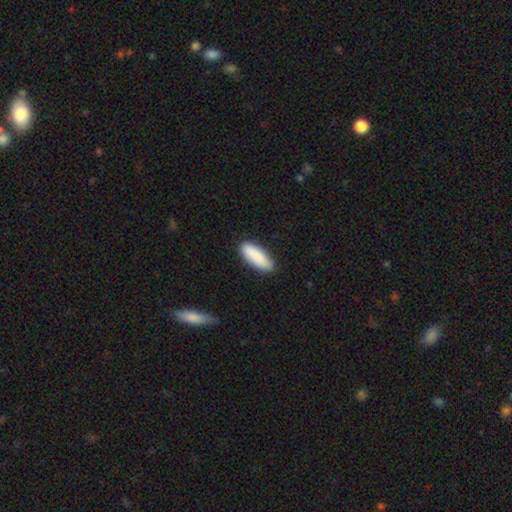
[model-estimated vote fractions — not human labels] Morphology: type=smooth (89%); roundness=in between (64%); merging=none (86%).